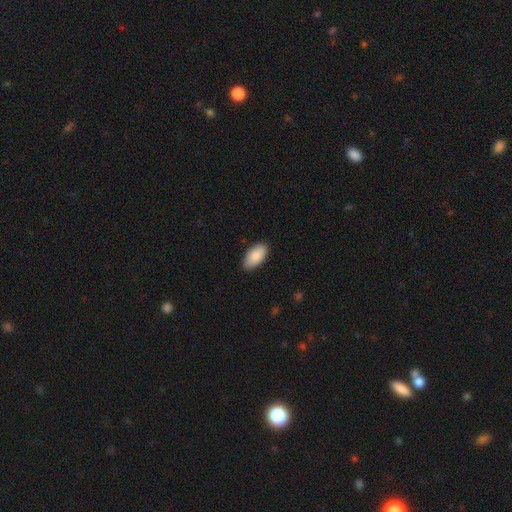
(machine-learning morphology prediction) smooth-or-featured: smooth: 87% | featured or disk: 7% | star or artifact: 6%
  how-rounded: in between: 95% | round: 2% | cigar-shaped: 2%
  merging: none: 86% | minor disturbance: 11% | major disturbance: 2% | merger: 1%